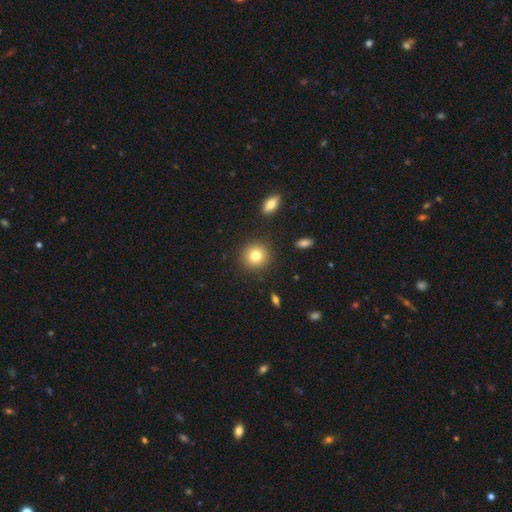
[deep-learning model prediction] Q: Smooth or featured?
A: smooth (80%); runner-up: star or artifact (11%)
Q: How rounded?
A: round (92%); runner-up: in between (7%)
Q: Merging?
A: none (88%); runner-up: minor disturbance (7%)